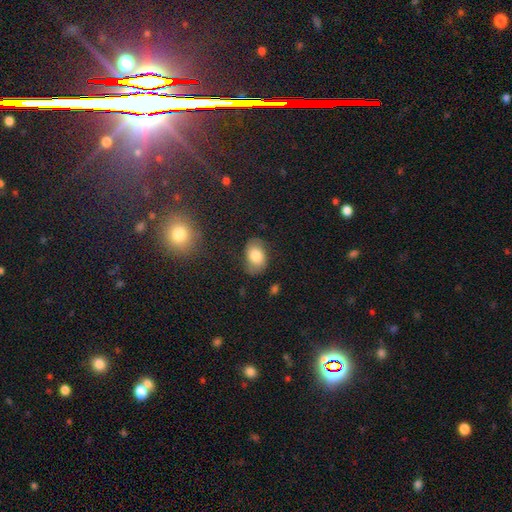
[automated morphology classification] smooth-or-featured: smooth: 72% | featured or disk: 19% | star or artifact: 9%
  how-rounded: in between: 83% | round: 16% | cigar-shaped: 1%
  merging: none: 69% | minor disturbance: 22% | major disturbance: 7% | merger: 2%